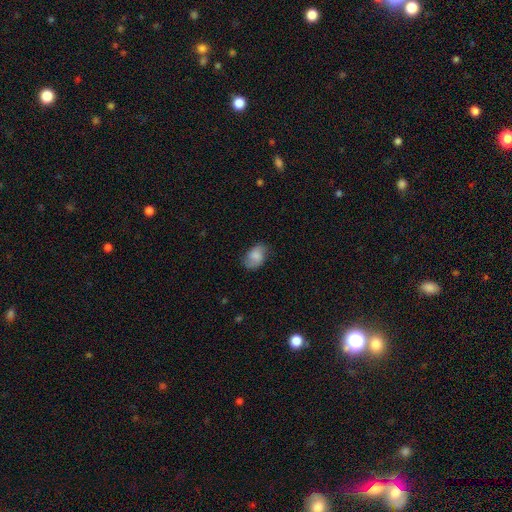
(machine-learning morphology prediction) type=smooth (69%); roundness=in between (79%); merging=none (67%).